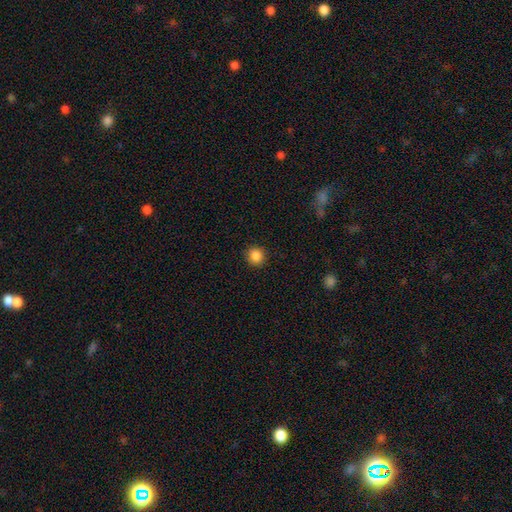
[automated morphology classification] A smooth galaxy with no disk features (86%) that is round (92%).

Vote fractions:
- Smooth or featured? smooth: 86% / star or artifact: 11% / featured or disk: 3%
- How rounded? round: 92% / in between: 7% / cigar-shaped: 1%
- Merging? none: 91% / minor disturbance: 6% / major disturbance: 2% / merger: 1%